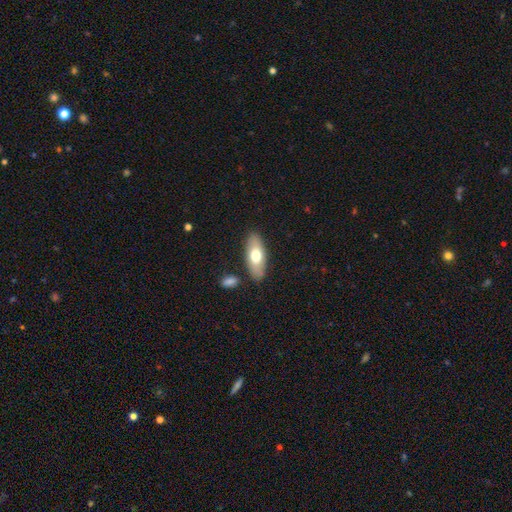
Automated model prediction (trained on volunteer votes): The model was most divided on "smooth or featured": smooth: 68%, featured or disk: 26%, star or artifact: 6%. More confident: merging — none (84%); how rounded — in between (82%).